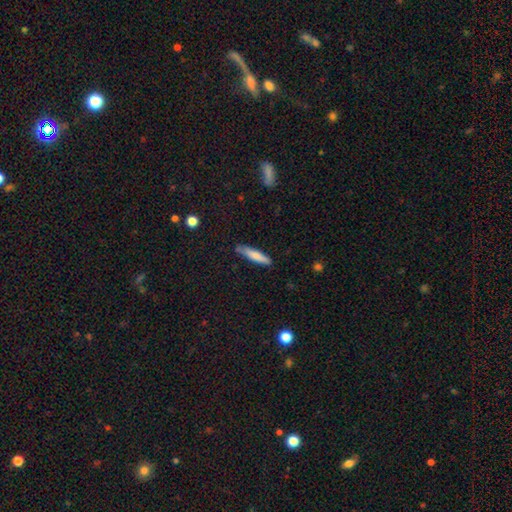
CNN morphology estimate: Q: Smooth or featured?
A: smooth (75%); runner-up: featured or disk (19%)
Q: How rounded?
A: cigar-shaped (84%); runner-up: in between (15%)
Q: Merging?
A: none (79%); runner-up: minor disturbance (16%)